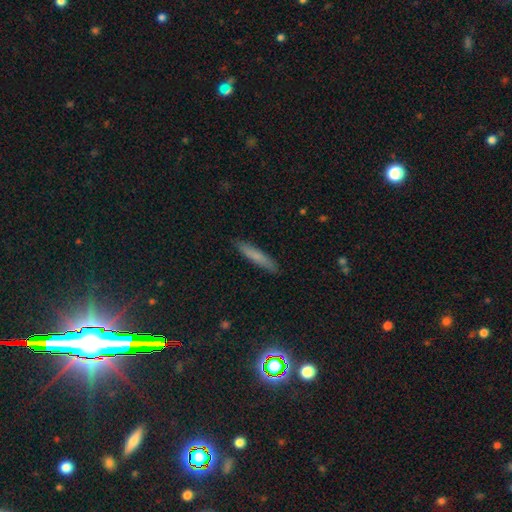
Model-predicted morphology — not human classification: Smooth or featured?
  - smooth: 71% *
  - featured or disk: 21%
  - star or artifact: 8%
How rounded?
  - cigar-shaped: 91% *
  - in between: 8%
  - round: 2%
Merging?
  - none: 88% *
  - minor disturbance: 9%
  - major disturbance: 2%
  - merger: 1%